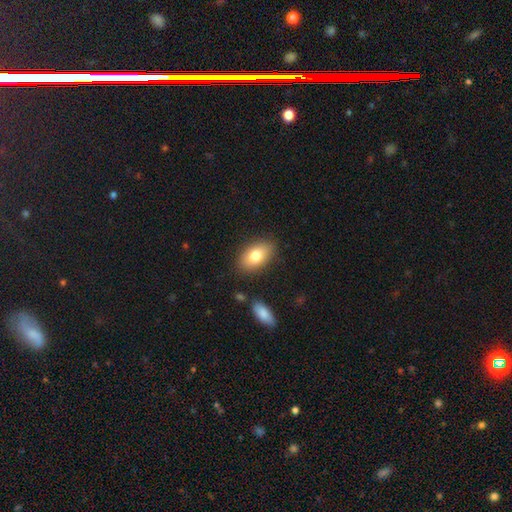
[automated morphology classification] This is likely a smooth galaxy (80%). How rounded: clearly in between (92%). Merging: clearly none (83%).